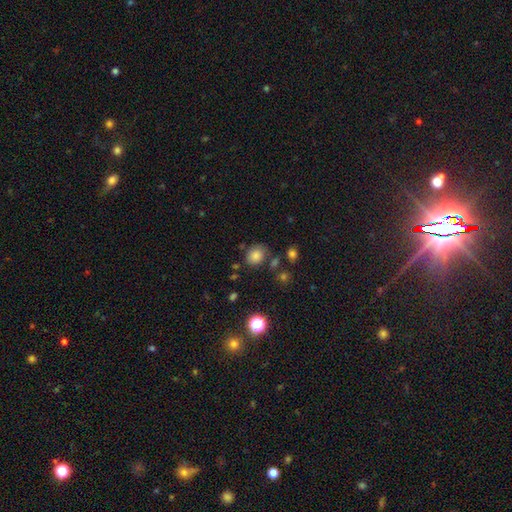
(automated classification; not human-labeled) The model was most divided on "how rounded": round: 56%, in between: 43%, cigar-shaped: 1%. More confident: smooth or featured — smooth (81%); merging — none (71%).